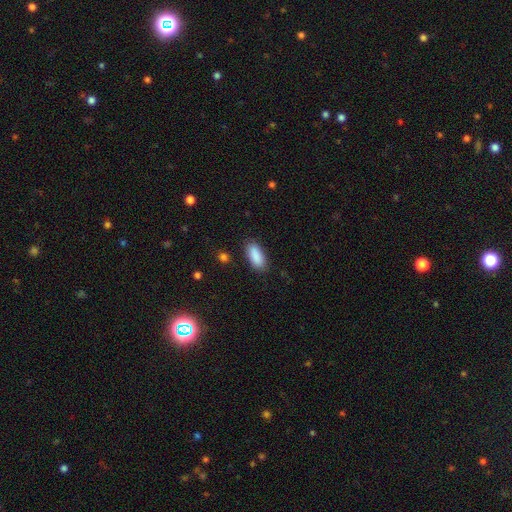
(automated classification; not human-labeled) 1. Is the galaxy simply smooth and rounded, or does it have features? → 89% smooth, 7% star or artifact, 4% featured or disk.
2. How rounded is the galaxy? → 83% in between, 15% cigar-shaped, 2% round.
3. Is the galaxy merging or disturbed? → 86% none, 10% minor disturbance, 2% major disturbance, 1% merger.